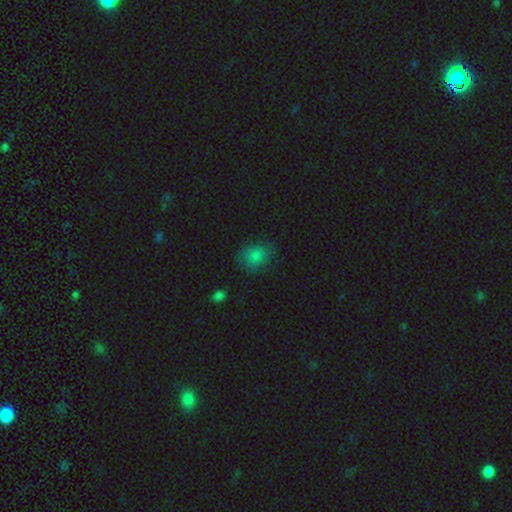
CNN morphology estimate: A smooth galaxy with no disk features (78%) that is in between round and cigar-shaped (56%). Merging: none (70%).